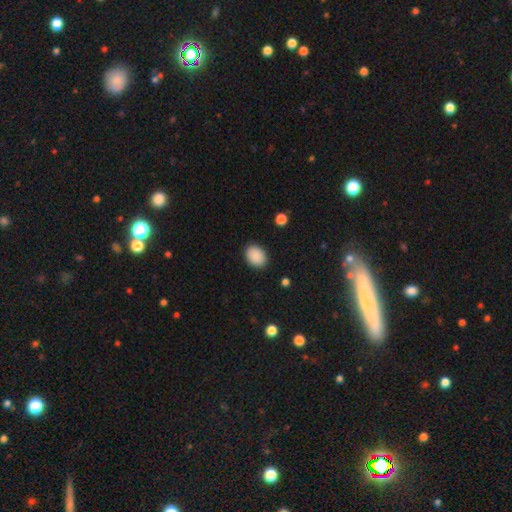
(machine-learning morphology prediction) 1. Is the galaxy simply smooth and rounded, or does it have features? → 90% smooth, 8% star or artifact, 3% featured or disk.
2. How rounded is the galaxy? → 64% in between, 35% round, 1% cigar-shaped.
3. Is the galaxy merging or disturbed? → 89% none, 8% minor disturbance, 2% major disturbance, 1% merger.